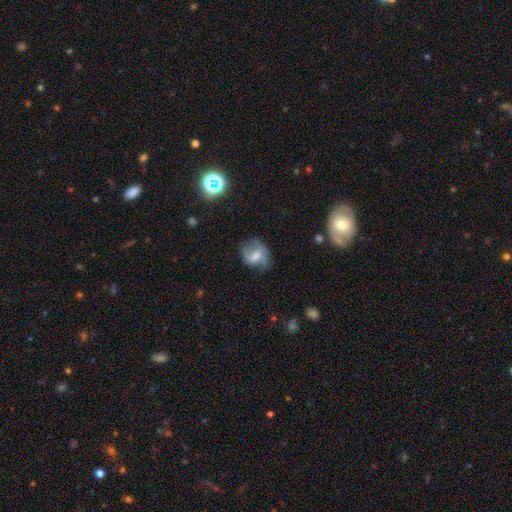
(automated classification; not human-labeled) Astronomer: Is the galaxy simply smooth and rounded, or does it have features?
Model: featured or disk — 54% (runner-up: smooth, 37%).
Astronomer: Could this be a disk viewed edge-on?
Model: no — 96%.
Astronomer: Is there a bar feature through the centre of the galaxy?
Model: weak — 48% (runner-up: strong, 26%).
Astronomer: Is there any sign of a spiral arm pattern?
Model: yes — 77%.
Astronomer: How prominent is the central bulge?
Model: moderate — 37% (runner-up: small, 36%).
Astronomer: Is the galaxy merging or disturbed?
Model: none — 59%.